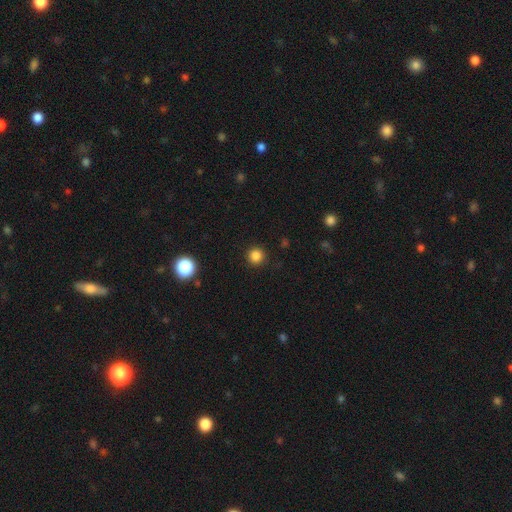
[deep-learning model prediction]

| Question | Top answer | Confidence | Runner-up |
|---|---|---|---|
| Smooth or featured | smooth | 84% | star or artifact (13%) |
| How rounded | round | 95% | in between (4%) |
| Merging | none | 92% | minor disturbance (5%) |